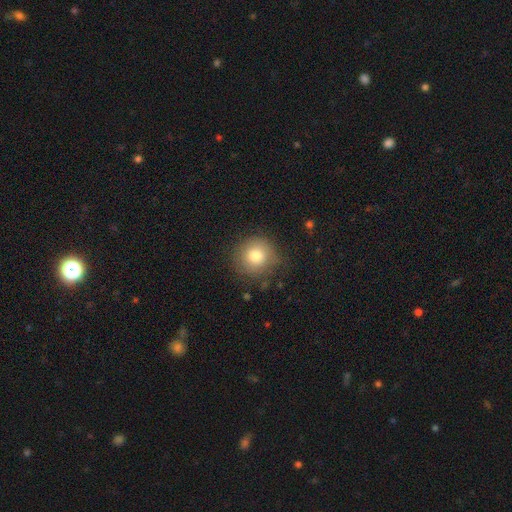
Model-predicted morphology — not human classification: A smooth galaxy with no disk features (78%) that is round (93%).

Vote fractions:
- Smooth or featured? smooth: 78% / featured or disk: 11% / star or artifact: 11%
- How rounded? round: 93% / in between: 6% / cigar-shaped: 1%
- Merging? none: 81% / minor disturbance: 13% / major disturbance: 4% / merger: 2%